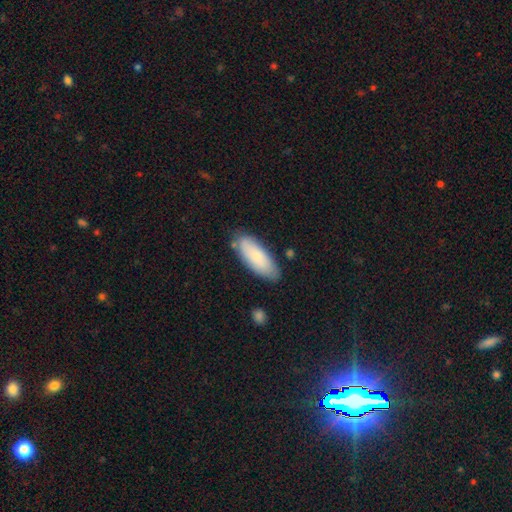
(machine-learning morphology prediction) The model was most divided on "how rounded": in between: 75%, cigar-shaped: 23%, round: 2%. More confident: merging — none (79%); smooth or featured — smooth (75%).